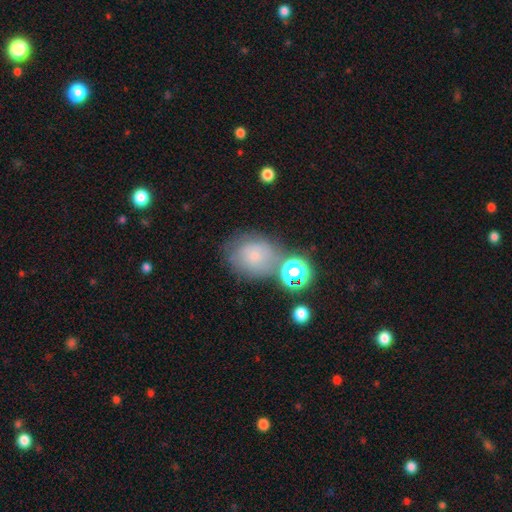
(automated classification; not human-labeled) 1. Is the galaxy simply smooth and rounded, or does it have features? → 59% smooth, 24% featured or disk, 18% star or artifact.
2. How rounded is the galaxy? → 66% round, 33% in between, 1% cigar-shaped.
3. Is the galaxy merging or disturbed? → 54% none, 20% minor disturbance, 16% merger, 10% major disturbance.